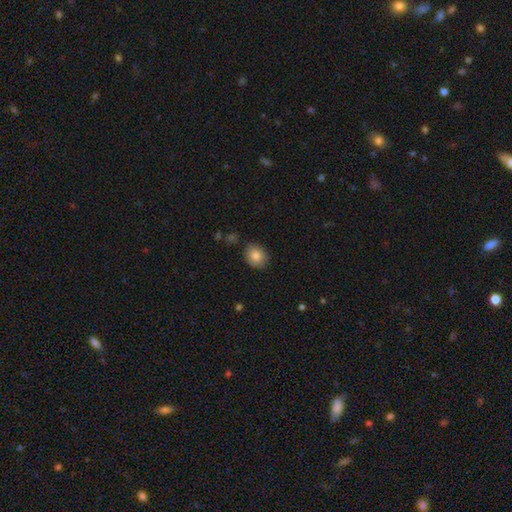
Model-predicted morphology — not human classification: Smooth or featured? Predicted: smooth (p=0.83). How rounded? Predicted: round (p=0.58). Merging? Predicted: none (p=0.81).